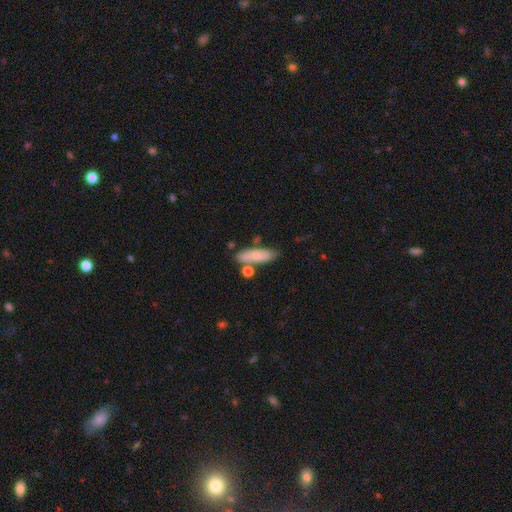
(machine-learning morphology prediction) Smooth or featured? Predicted: smooth (p=0.70). How rounded? Predicted: in between (p=0.54). Merging? Predicted: none (p=0.65).